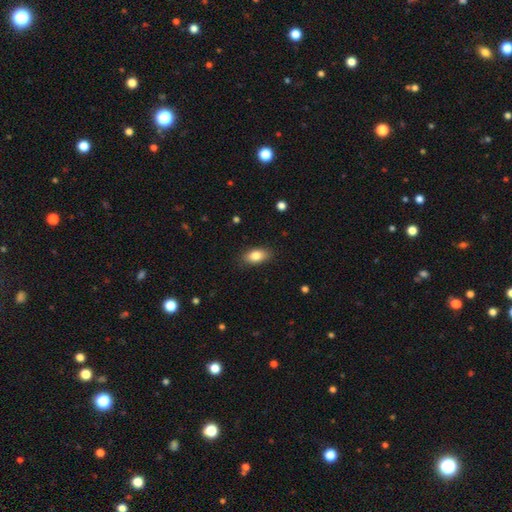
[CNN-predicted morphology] Smooth or featured? smooth (83%)
How rounded? in between (89%)
Merging? none (86%)